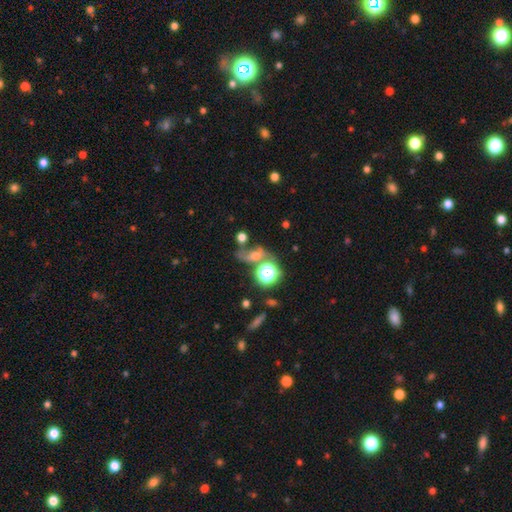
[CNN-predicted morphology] smooth-or-featured: featured or disk: 37% | smooth: 34% | star or artifact: 29%
  merging: none: 39% | merger: 25% | major disturbance: 20% | minor disturbance: 16%